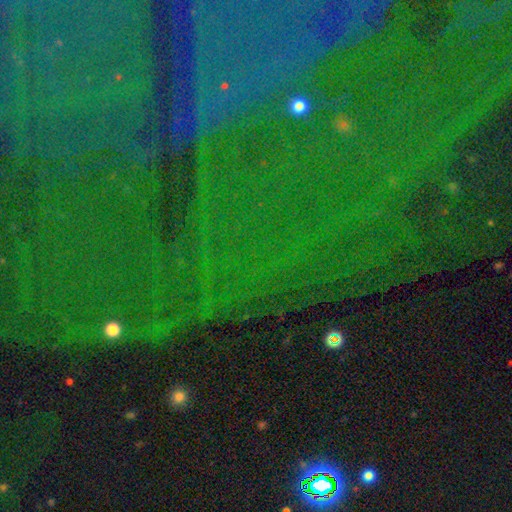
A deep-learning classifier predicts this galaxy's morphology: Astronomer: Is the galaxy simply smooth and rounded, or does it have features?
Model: star or artifact — 83%.